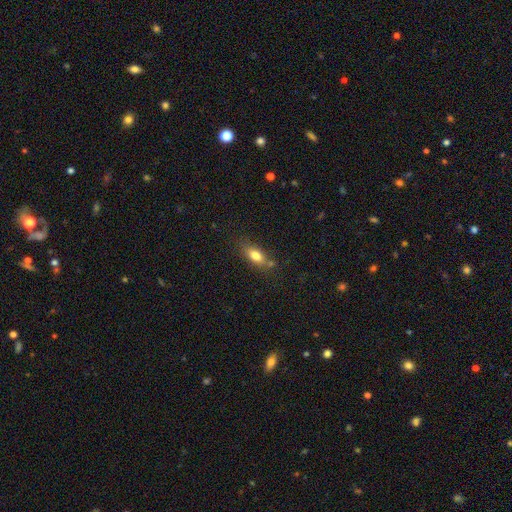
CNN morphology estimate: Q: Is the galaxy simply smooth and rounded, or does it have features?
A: smooth — 78%.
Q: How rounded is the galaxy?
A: in between — 80%.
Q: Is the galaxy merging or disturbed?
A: none — 66%.